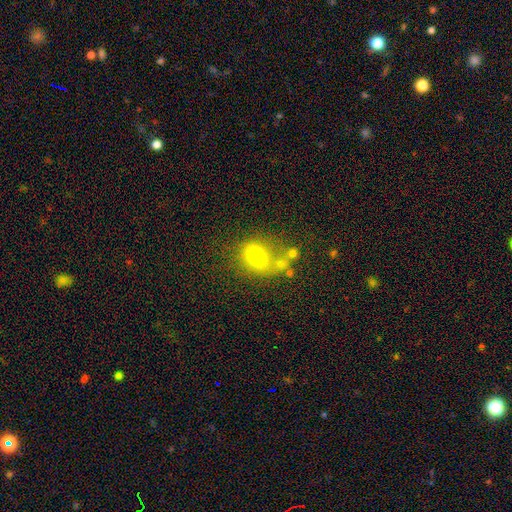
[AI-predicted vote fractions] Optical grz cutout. It shows a smooth galaxy with no disk features (67%) that is round (53%). Merging: none (42%).